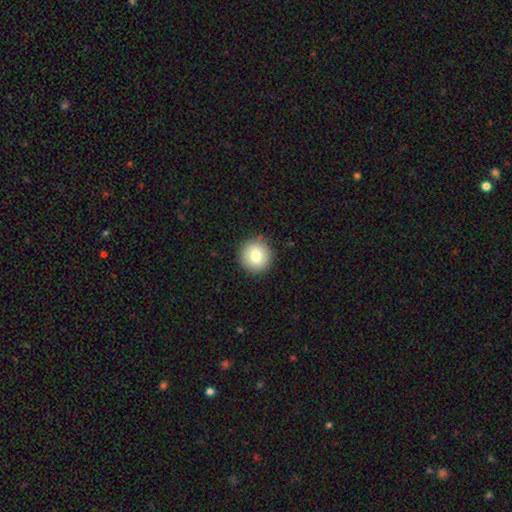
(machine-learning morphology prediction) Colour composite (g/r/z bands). It shows a smooth galaxy with no disk features (79%) that is round (93%). Merging: none (91%).